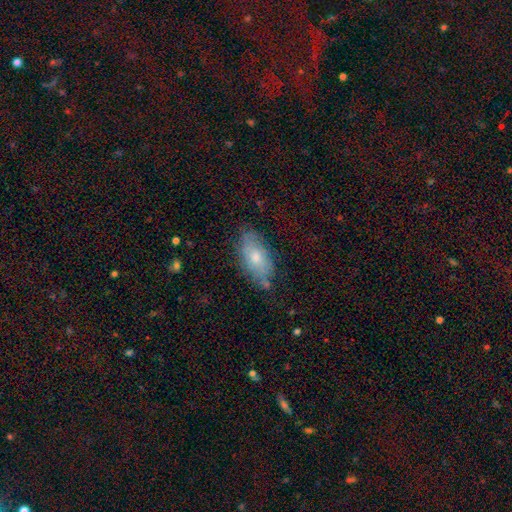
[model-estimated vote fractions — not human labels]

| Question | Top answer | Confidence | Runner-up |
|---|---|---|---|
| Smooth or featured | smooth | 58% | featured or disk (32%) |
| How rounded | in between | 88% | cigar-shaped (7%) |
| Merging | none | 71% | minor disturbance (22%) |